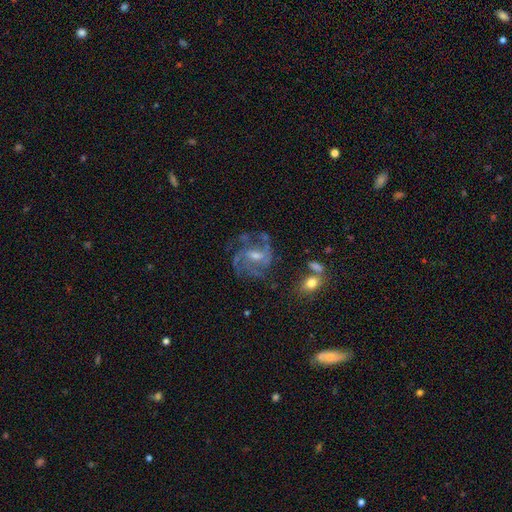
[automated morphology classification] A featured or disk galaxy (81%) with a weak bar (52%), 3 (33%) medium (50%) spiral arms (92%) and a moderate central bulge (49%). Merging: none (65%).